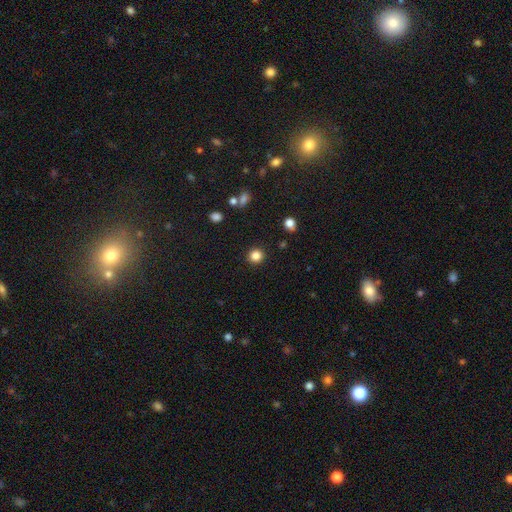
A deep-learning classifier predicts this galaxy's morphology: Overall: smooth (84%). How rounded: round (92%). Merging: none (91%).